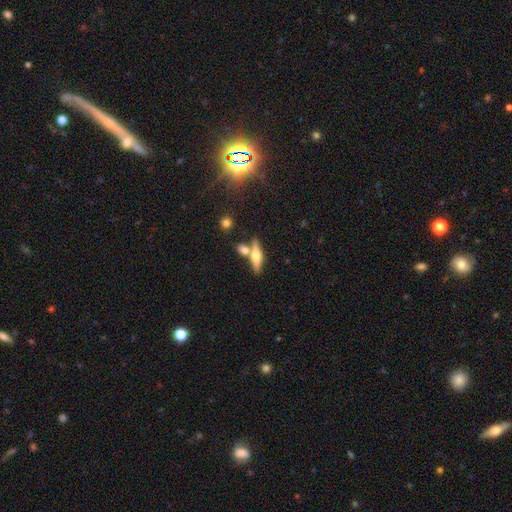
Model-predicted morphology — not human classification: The model was most divided on "smooth or featured": featured or disk: 56%, smooth: 36%, star or artifact: 7%. More confident: edge-on bulge — rounded (94%); edge-on disk — yes (93%); merging — none (61%).